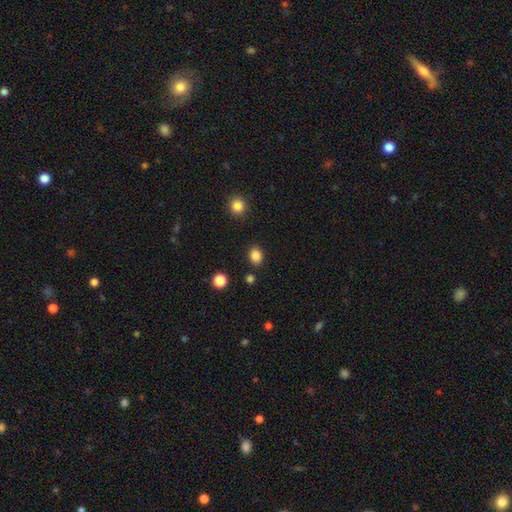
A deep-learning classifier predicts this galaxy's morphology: type=smooth (85%); roundness=in between (59%); merging=none (86%).